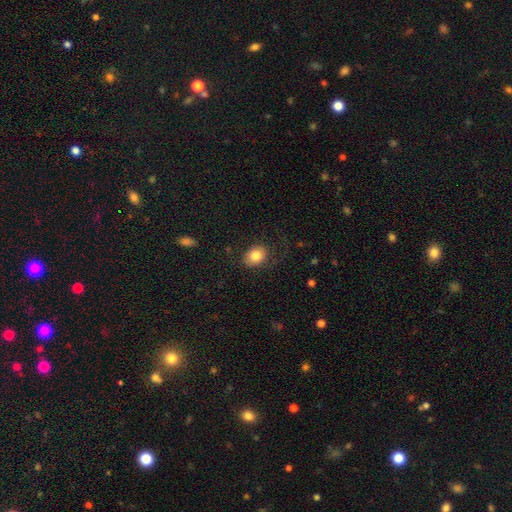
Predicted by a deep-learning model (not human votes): The model was most divided on "how rounded": in between: 58%, round: 41%, cigar-shaped: 1%. More confident: smooth or featured — smooth (82%); merging — none (73%).